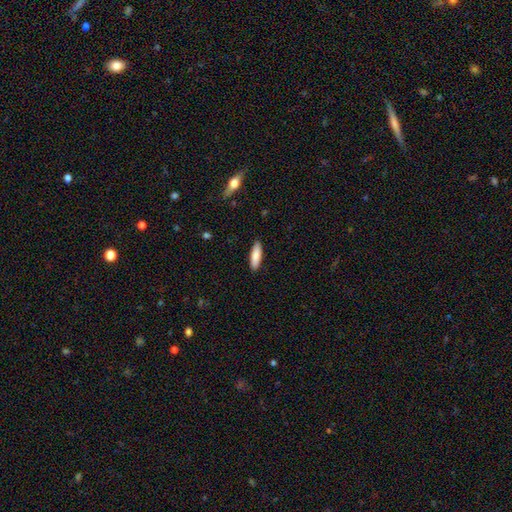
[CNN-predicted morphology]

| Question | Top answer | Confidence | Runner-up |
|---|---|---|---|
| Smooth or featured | smooth | 84% | featured or disk (10%) |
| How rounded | cigar-shaped | 55% | in between (43%) |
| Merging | none | 89% | minor disturbance (9%) |